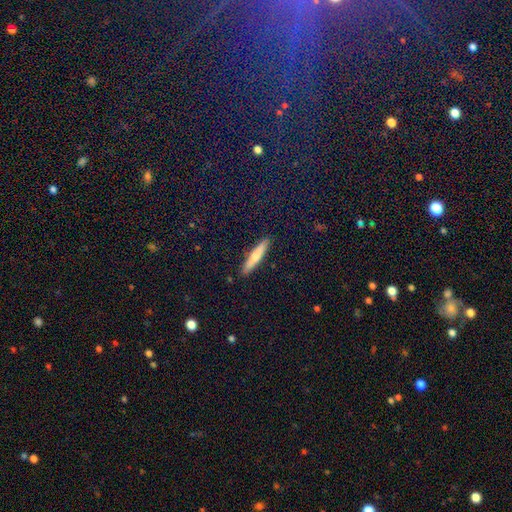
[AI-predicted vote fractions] Smooth or featured? smooth (64%)
How rounded? cigar-shaped (91%)
Merging? none (90%)